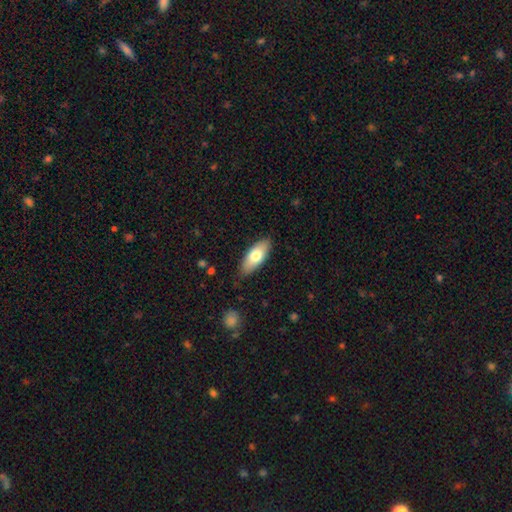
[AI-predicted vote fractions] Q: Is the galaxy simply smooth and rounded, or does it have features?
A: smooth — 73%.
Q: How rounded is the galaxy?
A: in between — 81%.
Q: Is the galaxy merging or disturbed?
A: none — 85%.